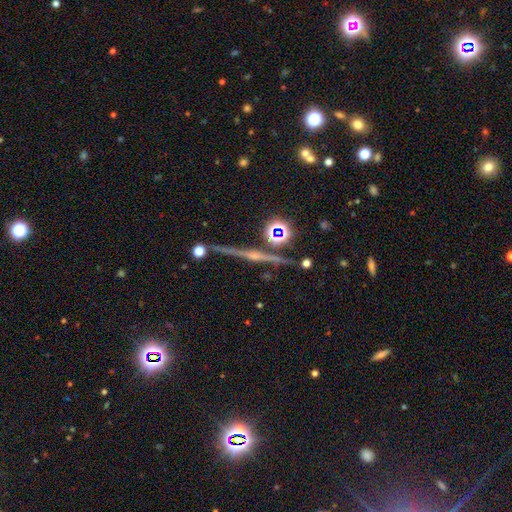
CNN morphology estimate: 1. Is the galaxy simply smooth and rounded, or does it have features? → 69% featured or disk, 19% star or artifact, 11% smooth.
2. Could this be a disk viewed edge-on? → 97% yes, 3% no.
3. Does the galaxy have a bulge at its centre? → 70% rounded, 18% none, 12% boxy.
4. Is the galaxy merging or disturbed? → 87% none, 7% minor disturbance, 3% merger, 2% major disturbance.